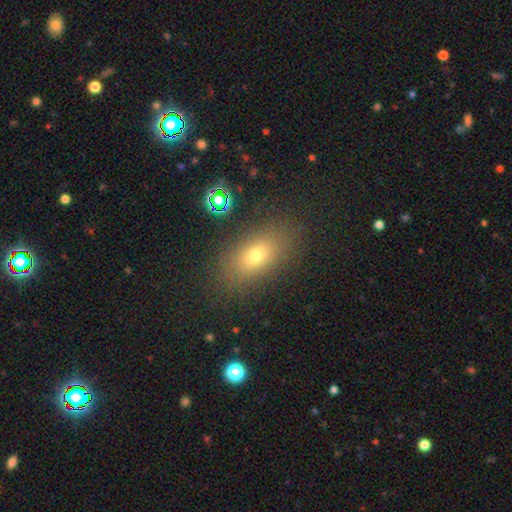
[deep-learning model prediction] smooth 70%, star or artifact 16%, featured or disk 15%. Down the decision tree: how rounded — in between (82%); merging — none (85%).